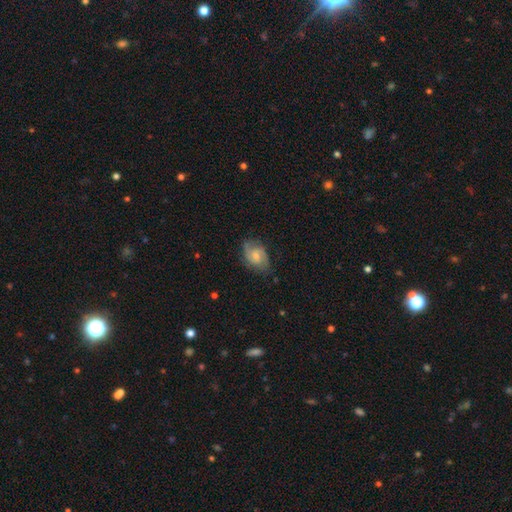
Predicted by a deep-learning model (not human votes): smooth-or-featured: featured or disk: 63% | smooth: 30% | star or artifact: 7%
  disk-edge-on: no: 97% | yes: 3%
    bar: no: 52% | weak: 42% | strong: 6%
    has-spiral-arms: yes: 92% | no: 8%
      spiral-winding: medium: 49% | tight: 31% | loose: 20%
      spiral-arm-count: 2: 76% | can't tell: 12% | 3: 6% | 1: 3% | 4: 2% | more than 4: 1%
    bulge-size: small: 40% | moderate: 39% | none: 14% | large: 6% | dominant: 1%
  merging: none: 69% | minor disturbance: 23% | major disturbance: 7% | merger: 1%